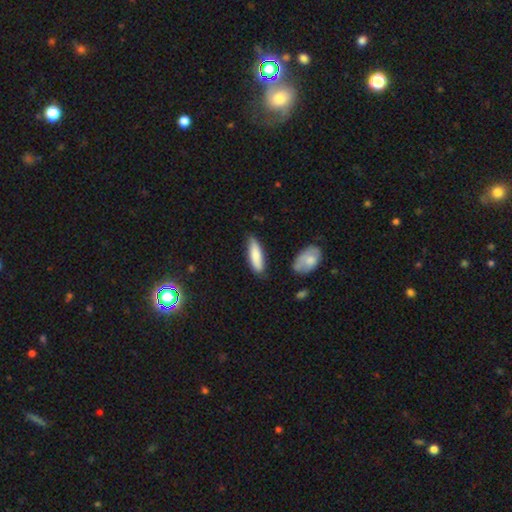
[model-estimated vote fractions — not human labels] Smooth or featured? Predicted: smooth (p=0.79). How rounded? Predicted: cigar-shaped (p=0.61). Merging? Predicted: none (p=0.79).